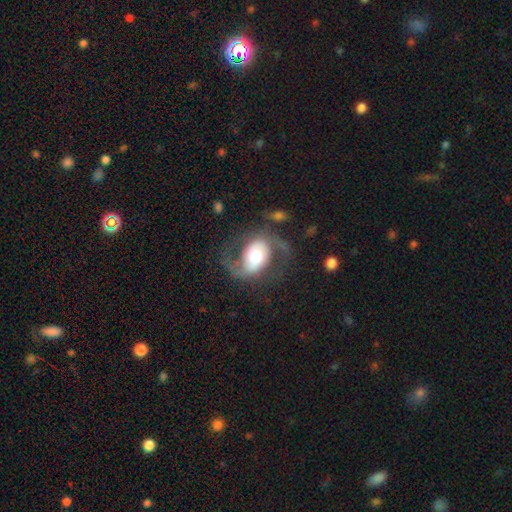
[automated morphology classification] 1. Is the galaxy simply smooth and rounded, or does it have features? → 77% featured or disk, 18% smooth, 6% star or artifact.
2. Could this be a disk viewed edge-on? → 97% no, 3% yes.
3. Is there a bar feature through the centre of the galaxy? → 54% no, 29% weak, 17% strong.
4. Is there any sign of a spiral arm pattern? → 87% yes, 13% no.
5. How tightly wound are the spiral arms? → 46% medium, 42% loose, 12% tight.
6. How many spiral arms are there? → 90% 2, 4% 1, 3% can't tell, 1% 3, 1% 4, 1% more than 4.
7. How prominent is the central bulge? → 53% moderate, 32% large, 7% small, 6% dominant, 1% none.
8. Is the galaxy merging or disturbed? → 63% none, 18% major disturbance, 17% minor disturbance, 2% merger.